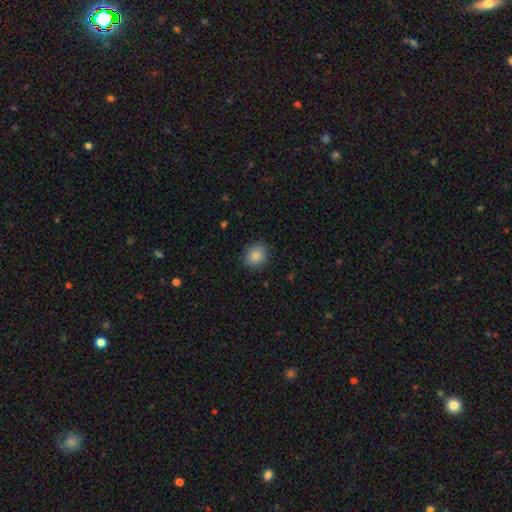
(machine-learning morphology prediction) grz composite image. It shows a smooth galaxy with no disk features (85%) that is round (79%). Merging: none (85%).